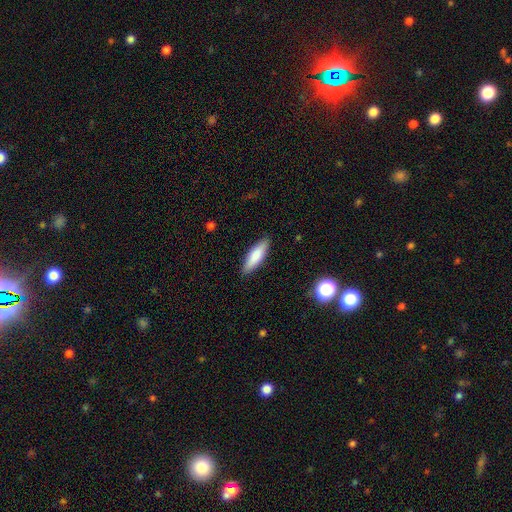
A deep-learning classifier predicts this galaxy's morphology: Q: Smooth or featured?
A: smooth (81%); runner-up: featured or disk (14%)
Q: How rounded?
A: cigar-shaped (51%); runner-up: in between (47%)
Q: Merging?
A: none (88%); runner-up: minor disturbance (9%)